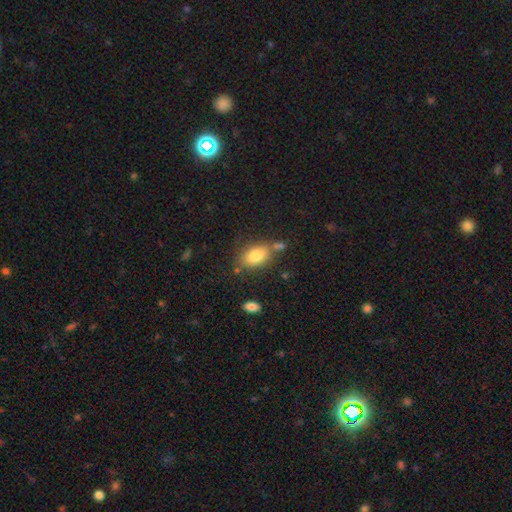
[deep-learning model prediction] This appears to be a smooth galaxy with no disk features (83%) that is in between round and cigar-shaped (86%). Merging: none (69%).